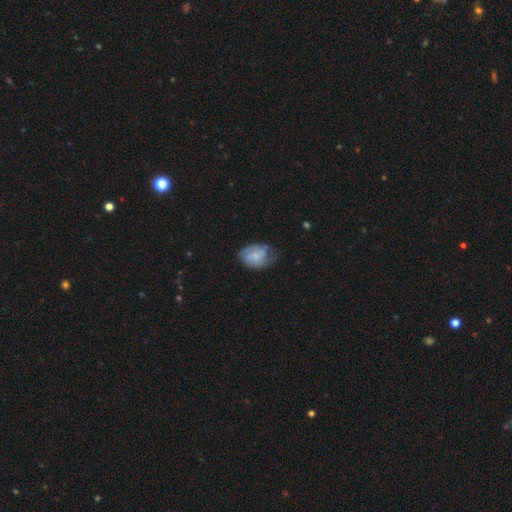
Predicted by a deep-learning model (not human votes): This appears to be a smooth galaxy with no disk features (55%) that is in between round and cigar-shaped (73%). Merging: none (47%).